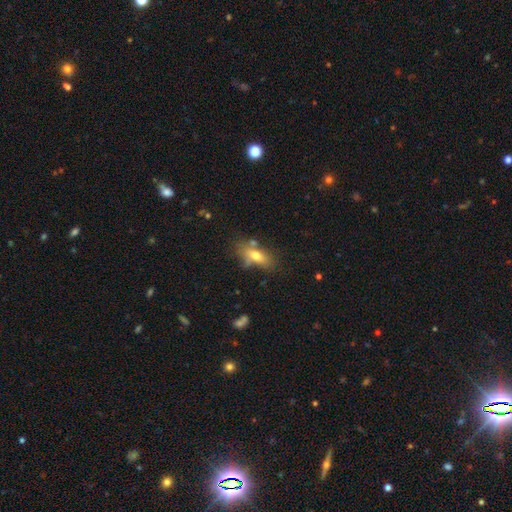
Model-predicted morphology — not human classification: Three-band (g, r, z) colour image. It shows a smooth galaxy with no disk features (66%) that is in between round and cigar-shaped (78%). Merging: none (56%).